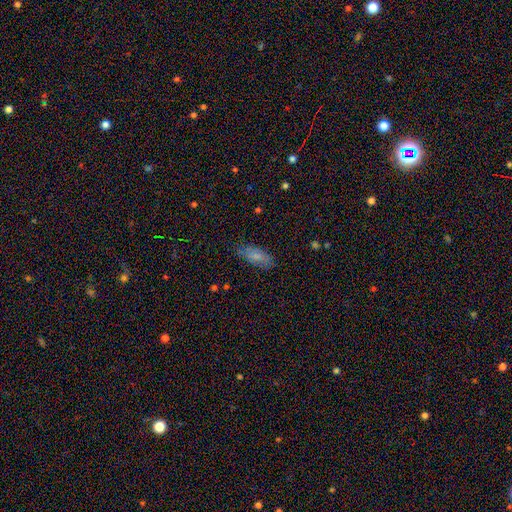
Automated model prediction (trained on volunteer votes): Overall: smooth (75%). How rounded: in between (82%). Merging: none (78%).